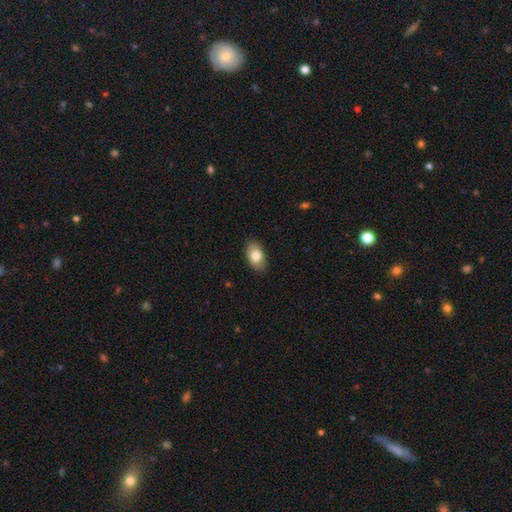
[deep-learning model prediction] smooth_or_featured: smooth (p=0.81) [alt: featured or disk p=0.13]
how_rounded: in between (p=0.93) [alt: round p=0.06]
merging: none (p=0.88) [alt: minor disturbance p=0.09]